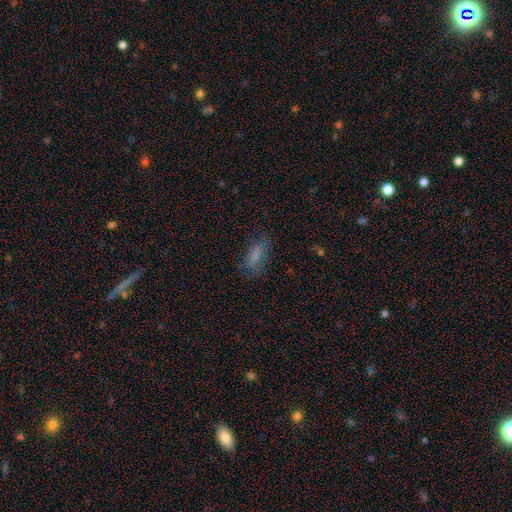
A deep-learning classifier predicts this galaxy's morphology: The model was most divided on "merging": none: 65%, minor disturbance: 22%, major disturbance: 11%, merger: 2%. More confident: how rounded — in between (71%); smooth or featured — smooth (71%).